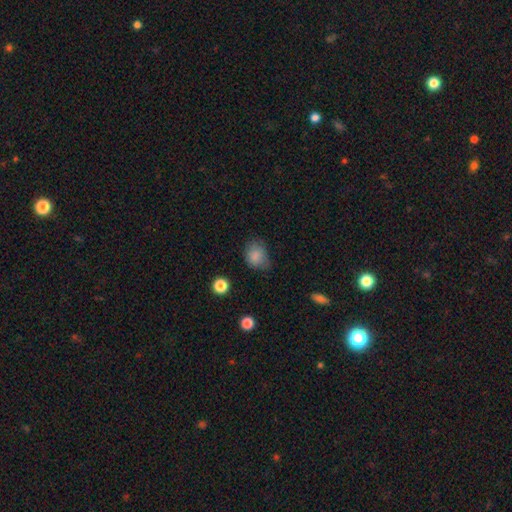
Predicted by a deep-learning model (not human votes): This appears to be a smooth galaxy with no disk features (84%) that is round (51%). Merging: none (61%).